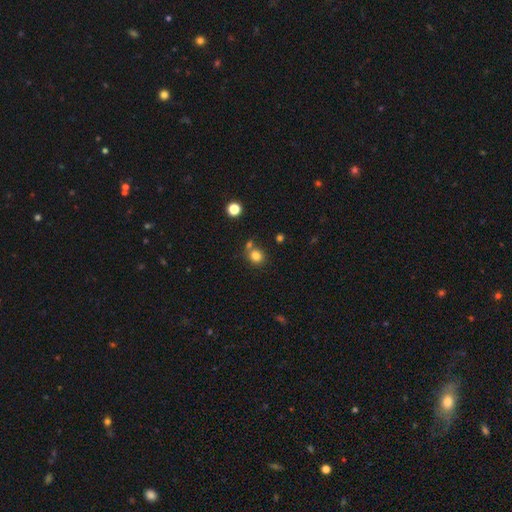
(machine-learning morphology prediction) Overall: smooth (81%). How rounded: round (81%). Merging: none (68%).